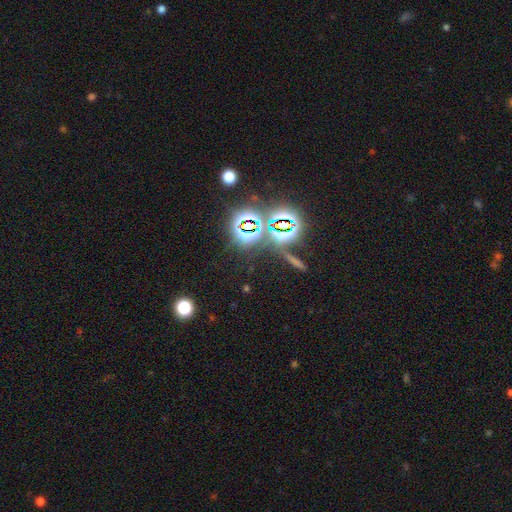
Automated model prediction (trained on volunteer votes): star or artifact 78%, smooth 13%, featured or disk 9%.